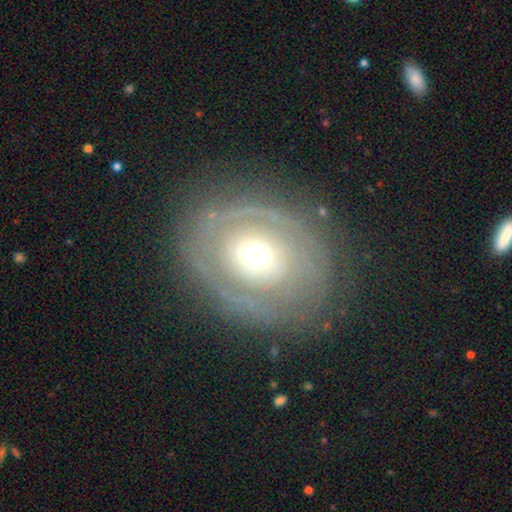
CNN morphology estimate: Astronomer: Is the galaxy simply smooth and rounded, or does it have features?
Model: featured or disk — 69%.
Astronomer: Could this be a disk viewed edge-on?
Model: no — 94%.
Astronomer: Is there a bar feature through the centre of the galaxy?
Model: no — 82%.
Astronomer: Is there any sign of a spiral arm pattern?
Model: no — 52% (runner-up: yes, 48%).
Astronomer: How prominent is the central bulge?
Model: moderate — 65%.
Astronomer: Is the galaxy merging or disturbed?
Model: none — 74%.